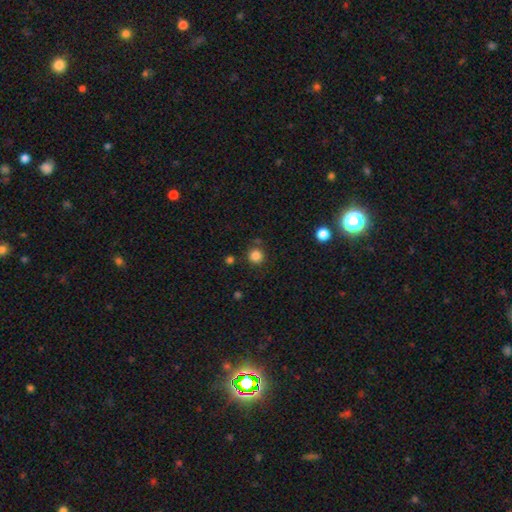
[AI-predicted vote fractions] Smooth or featured? Predicted: smooth (p=0.84). How rounded? Predicted: round (p=0.94). Merging? Predicted: none (p=0.83).